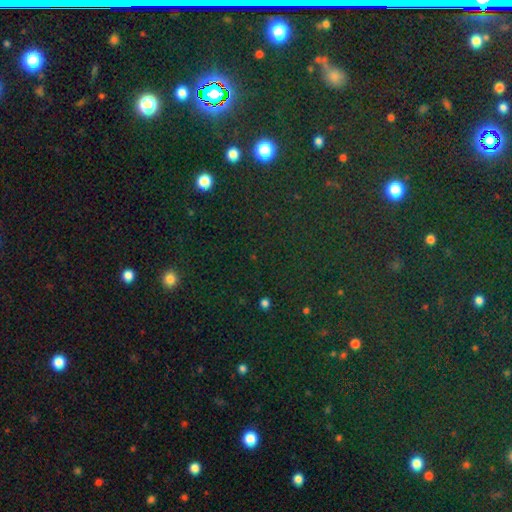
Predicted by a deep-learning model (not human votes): A star or artifact, not a galaxy (76%).

Vote fractions:
- Smooth or featured? star or artifact: 76% / smooth: 15% / featured or disk: 9%